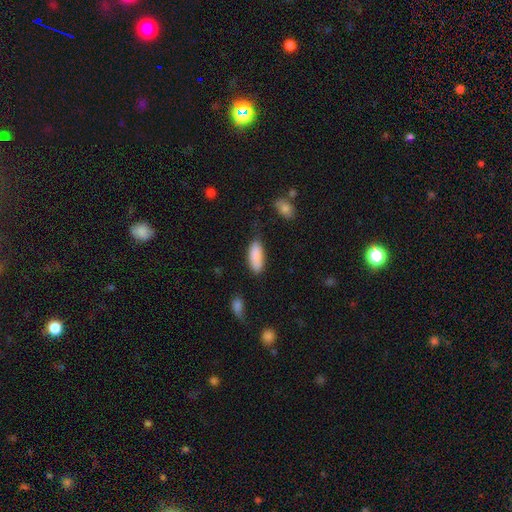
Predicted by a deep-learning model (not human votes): Smooth or featured? Predicted: smooth (p=0.89). How rounded? Predicted: in between (p=0.77). Merging? Predicted: none (p=0.75).